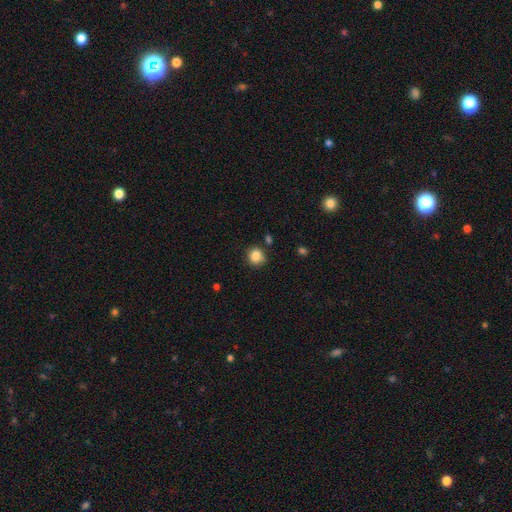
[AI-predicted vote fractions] smooth-or-featured: smooth: 84% | star or artifact: 11% | featured or disk: 5%
  how-rounded: round: 85% | in between: 14% | cigar-shaped: 1%
  merging: none: 79% | minor disturbance: 14% | merger: 4% | major disturbance: 3%